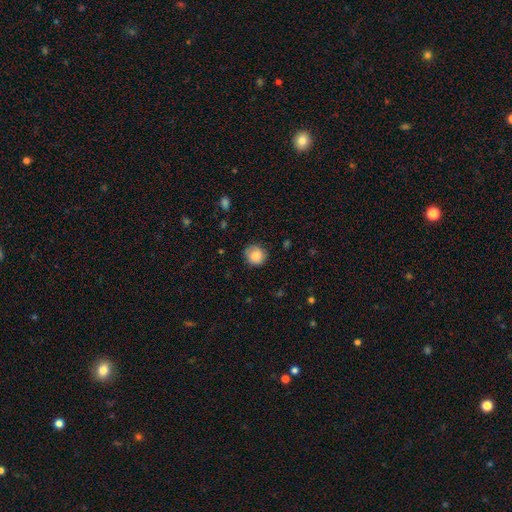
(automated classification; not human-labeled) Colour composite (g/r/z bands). It shows a smooth galaxy with no disk features (81%) that is round (88%). Merging: none (81%).